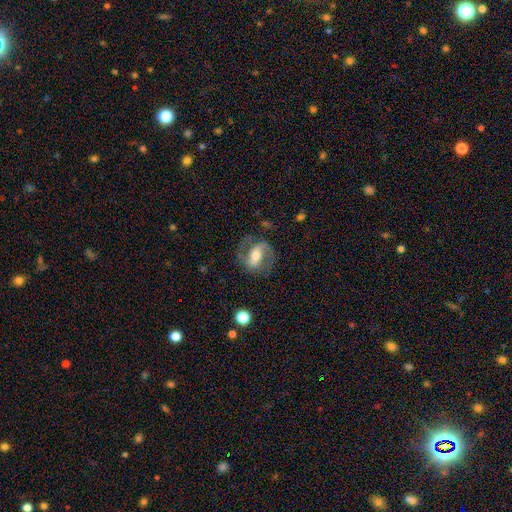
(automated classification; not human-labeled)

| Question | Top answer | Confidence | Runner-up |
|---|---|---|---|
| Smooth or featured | featured or disk | 78% | smooth (16%) |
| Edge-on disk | no | 95% | yes (5%) |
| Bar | strong | 47% | weak (34%) |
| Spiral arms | yes | 90% | no (10%) |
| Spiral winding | medium | 53% | loose (25%) |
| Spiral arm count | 2 | 88% | can't tell (5%) |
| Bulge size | moderate | 60% | small (25%) |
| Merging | none | 74% | minor disturbance (15%) |